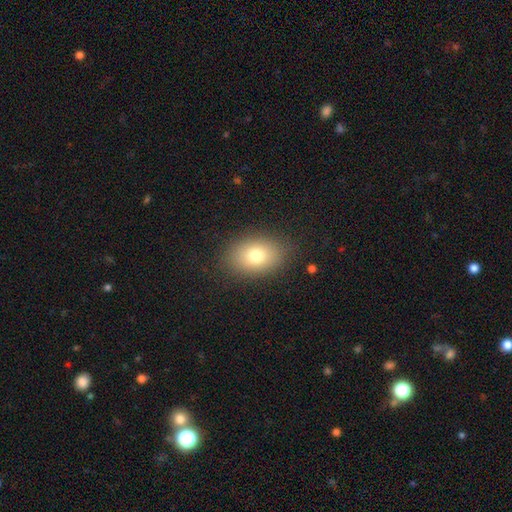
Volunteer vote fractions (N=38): smooth-or-featured: smooth: 79% | featured or disk: 16% | star or artifact: 5%
  how-rounded: in between: 73% | round: 27% | cigar-shaped: 0%
  merging: none: 89% | minor disturbance: 11% | major disturbance: 0% | merger: 0%